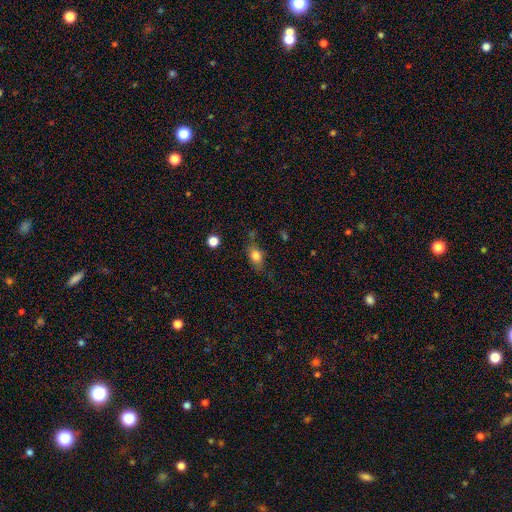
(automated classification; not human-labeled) Q: Smooth or featured?
A: smooth (77%); runner-up: featured or disk (13%)
Q: How rounded?
A: in between (71%); runner-up: round (23%)
Q: Merging?
A: none (63%); runner-up: minor disturbance (23%)